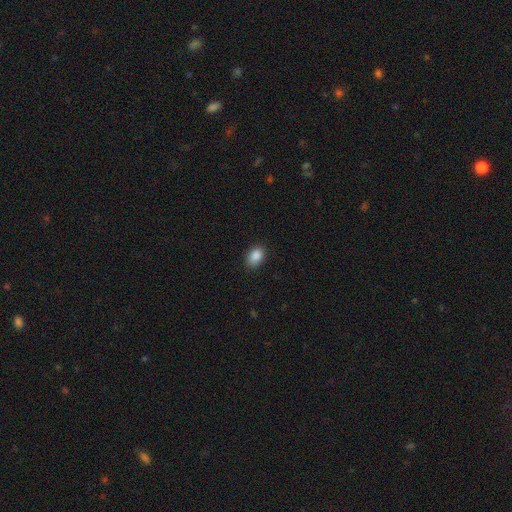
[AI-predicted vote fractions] Smooth or featured: smooth — 88% (star or artifact — 8%)
How rounded: in between — 82% (round — 17%)
Merging: none — 88% (minor disturbance — 9%)